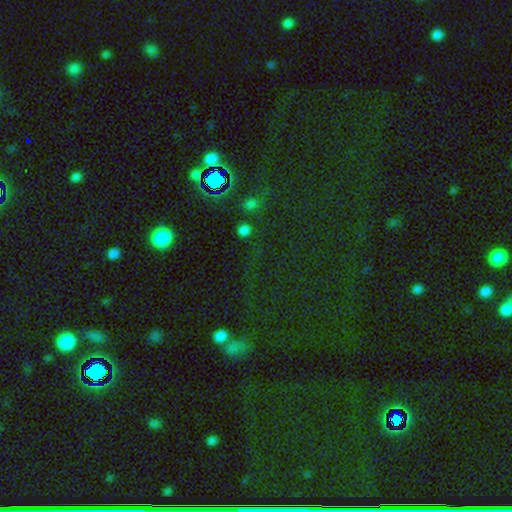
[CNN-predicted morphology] Smooth or featured? star or artifact (74%)